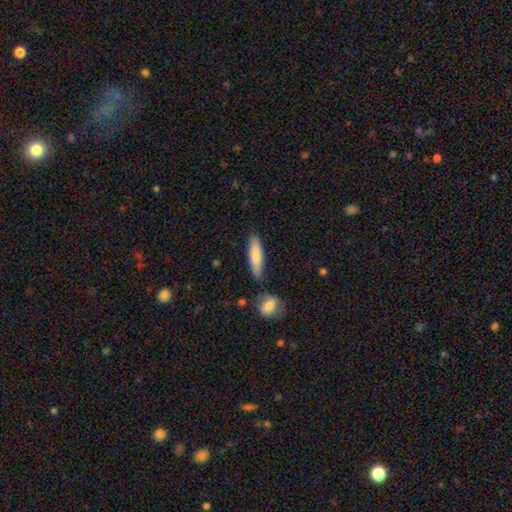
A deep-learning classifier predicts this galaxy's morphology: Smooth or featured? Predicted: smooth (p=0.81). How rounded? Predicted: cigar-shaped (p=0.67). Merging? Predicted: none (p=0.78).